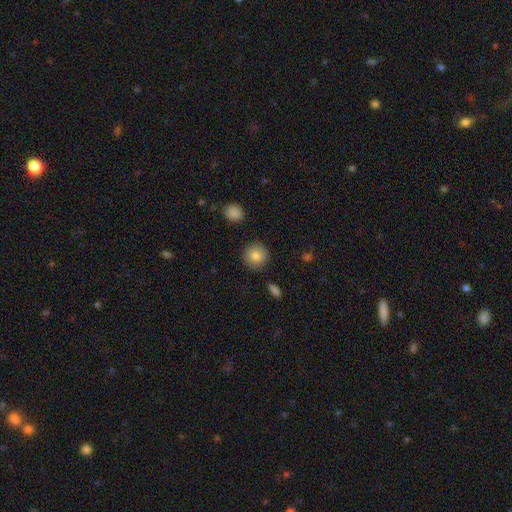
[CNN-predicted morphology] The model was most divided on "smooth or featured": smooth: 84%, star or artifact: 8%, featured or disk: 8%. More confident: how rounded — round (93%); merging — none (89%).